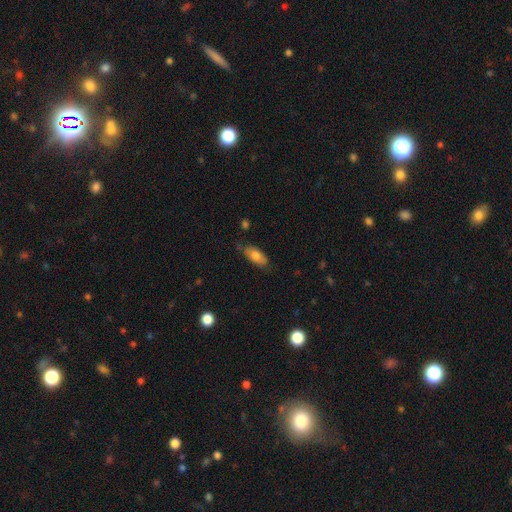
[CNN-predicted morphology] The model was most divided on "merging": none: 74%, minor disturbance: 21%, major disturbance: 4%, merger: 2%. More confident: how rounded — in between (86%); smooth or featured — smooth (74%).